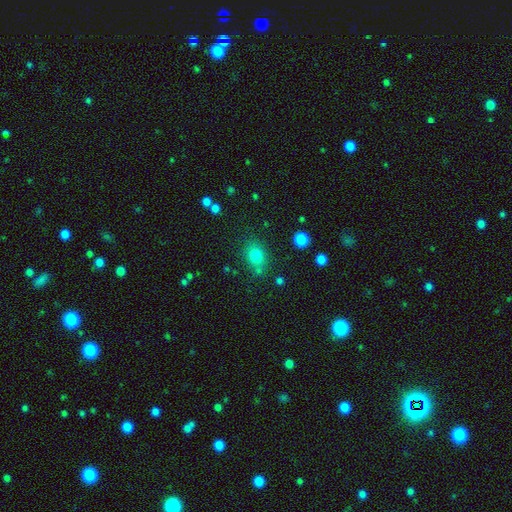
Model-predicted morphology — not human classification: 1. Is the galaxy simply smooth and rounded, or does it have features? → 78% smooth, 14% star or artifact, 8% featured or disk.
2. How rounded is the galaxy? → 52% round, 47% in between, 1% cigar-shaped.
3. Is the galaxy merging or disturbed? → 74% none, 13% minor disturbance, 8% merger, 5% major disturbance.